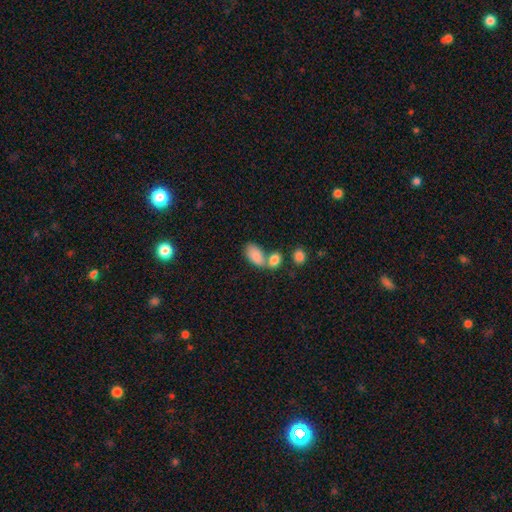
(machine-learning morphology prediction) Q: Smooth or featured?
A: smooth (85%); runner-up: featured or disk (8%)
Q: How rounded?
A: in between (93%); runner-up: round (4%)
Q: Merging?
A: merger (47%); runner-up: none (35%)